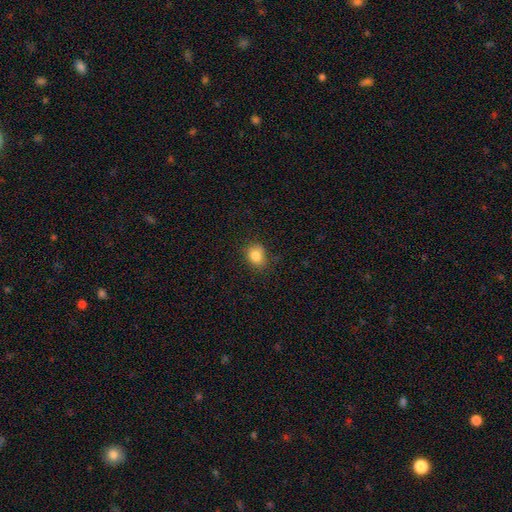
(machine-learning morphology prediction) A smooth galaxy with no disk features (83%) that is in between round and cigar-shaped (54%).

Vote fractions:
- Smooth or featured? smooth: 83% / star or artifact: 10% / featured or disk: 7%
- How rounded? in between: 54% / round: 44% / cigar-shaped: 1%
- Merging? none: 78% / minor disturbance: 17% / major disturbance: 4% / merger: 2%